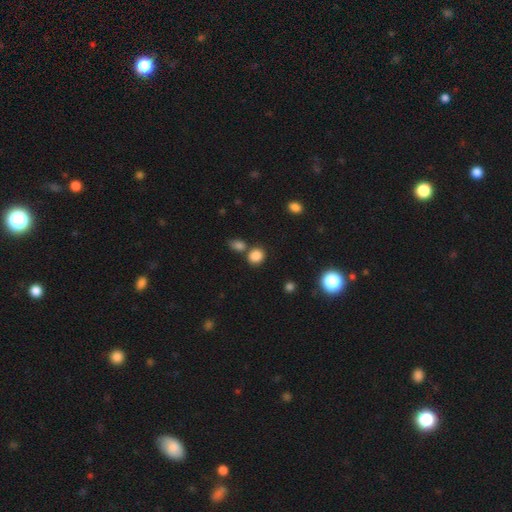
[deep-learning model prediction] This is clearly a smooth galaxy (84%). How rounded: likely round (70%). Merging: likely none (65%).